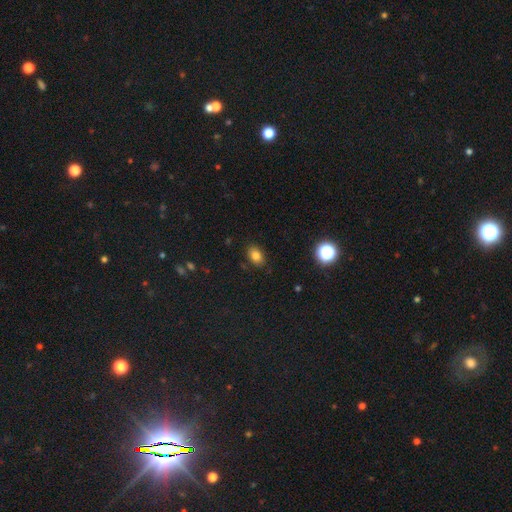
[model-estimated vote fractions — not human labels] Morphology: type=smooth (80%); roundness=in between (79%); merging=none (86%).